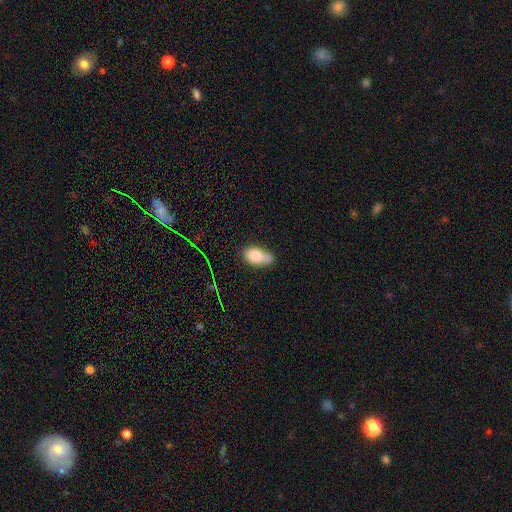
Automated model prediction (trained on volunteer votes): A smooth galaxy with no disk features (79%) that is in between round and cigar-shaped (85%).

Vote fractions:
- Smooth or featured? smooth: 79% / featured or disk: 11% / star or artifact: 10%
- How rounded? in between: 85% / round: 12% / cigar-shaped: 3%
- Merging? none: 40% / merger: 27% / minor disturbance: 25% / major disturbance: 8%